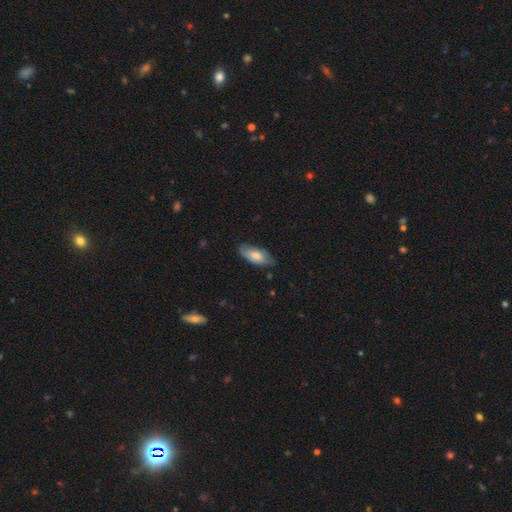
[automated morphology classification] A smooth galaxy with no disk features (68%) that is in between round and cigar-shaped (86%). Merging: none (72%).